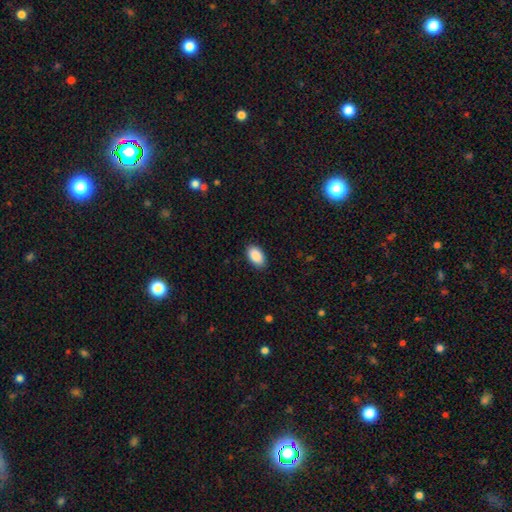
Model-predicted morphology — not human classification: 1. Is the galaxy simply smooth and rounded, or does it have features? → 91% smooth, 7% star or artifact, 3% featured or disk.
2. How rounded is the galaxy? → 94% in between, 5% round, 1% cigar-shaped.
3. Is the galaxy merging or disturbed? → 88% none, 9% minor disturbance, 2% major disturbance, 1% merger.